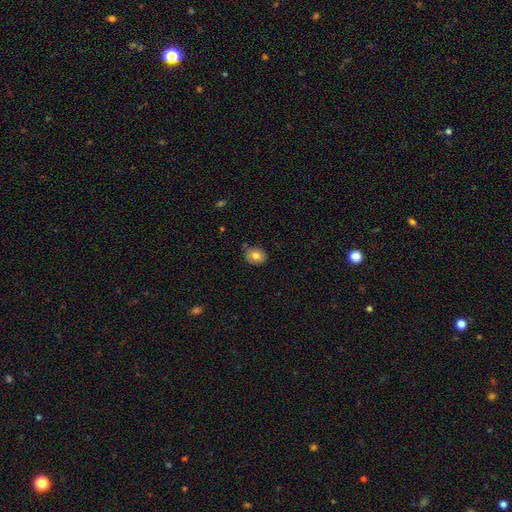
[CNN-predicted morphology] smooth-or-featured: smooth: 74% | featured or disk: 17% | star or artifact: 9%
  how-rounded: round: 62% | in between: 37% | cigar-shaped: 1%
  merging: none: 74% | minor disturbance: 19% | major disturbance: 4% | merger: 3%